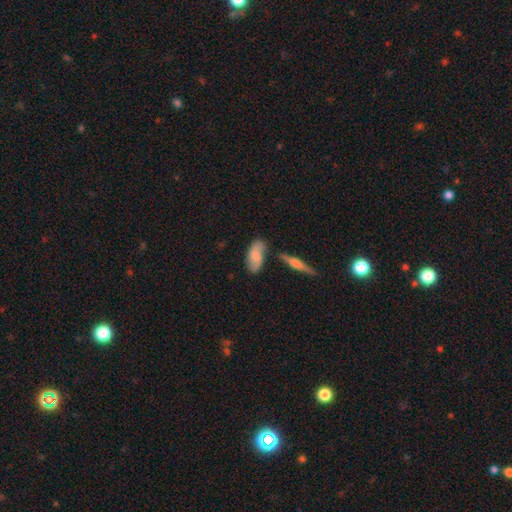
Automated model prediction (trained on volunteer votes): Smooth or featured? smooth (61%)
How rounded? in between (85%)
Merging? none (67%)